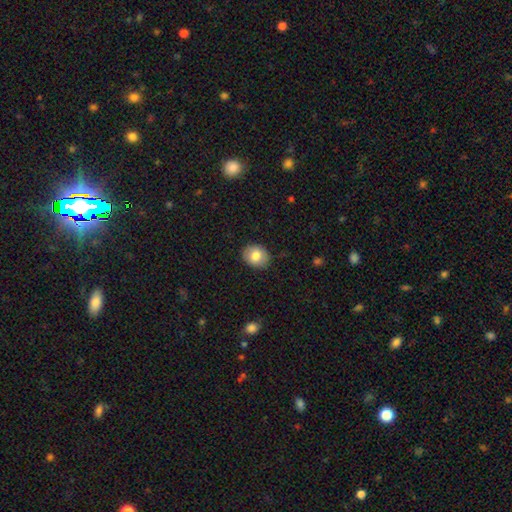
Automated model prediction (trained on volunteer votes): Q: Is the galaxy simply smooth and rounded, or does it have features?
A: smooth — 79%.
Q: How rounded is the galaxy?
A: round — 60%.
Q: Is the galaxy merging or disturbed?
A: none — 86%.